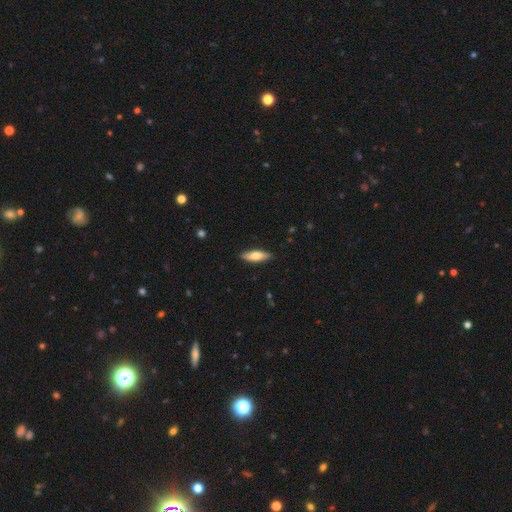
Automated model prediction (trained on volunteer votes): Smooth or featured: smooth — 71% (featured or disk — 23%)
How rounded: in between — 52% (cigar-shaped — 46%)
Merging: none — 88% (minor disturbance — 10%)